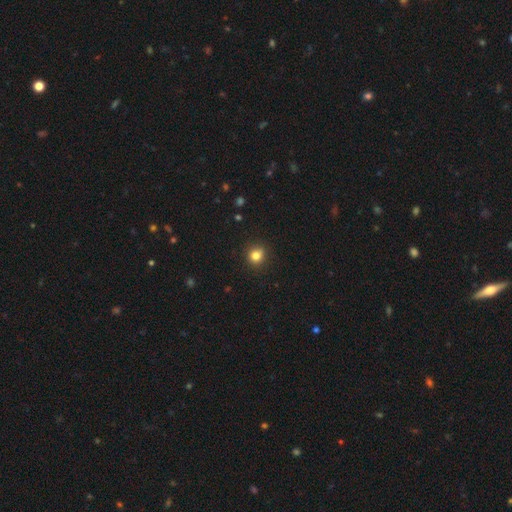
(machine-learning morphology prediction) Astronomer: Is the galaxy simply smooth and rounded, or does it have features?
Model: smooth — 82%.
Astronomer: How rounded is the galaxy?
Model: round — 82%.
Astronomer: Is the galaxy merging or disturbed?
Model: none — 89%.